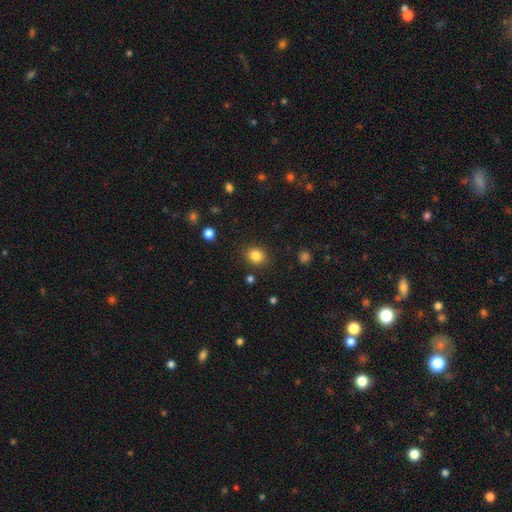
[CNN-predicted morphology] type=smooth (84%); roundness=round (70%); merging=none (87%).